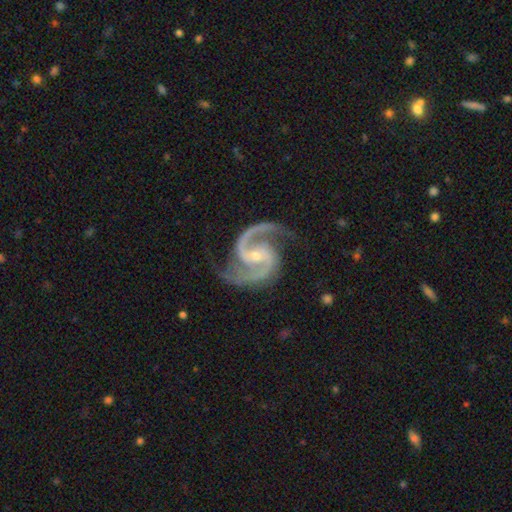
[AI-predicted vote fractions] Smooth or featured? Predicted: featured or disk (p=0.95). Edge-on disk? Predicted: no (p=0.98). Bar? Predicted: weak (p=0.38). Spiral arms? Predicted: yes (p=0.99). Spiral winding? Predicted: medium (p=0.70). Spiral arm count? Predicted: 2 (p=0.90). Bulge size? Predicted: small (p=0.66). Merging? Predicted: none (p=0.77).